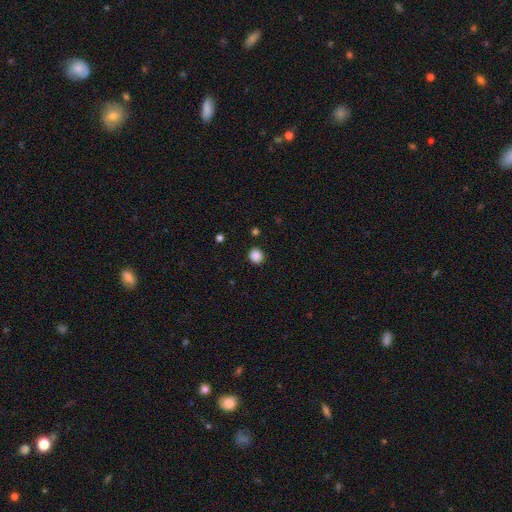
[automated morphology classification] type=smooth (87%); roundness=round (81%); merging=none (90%).